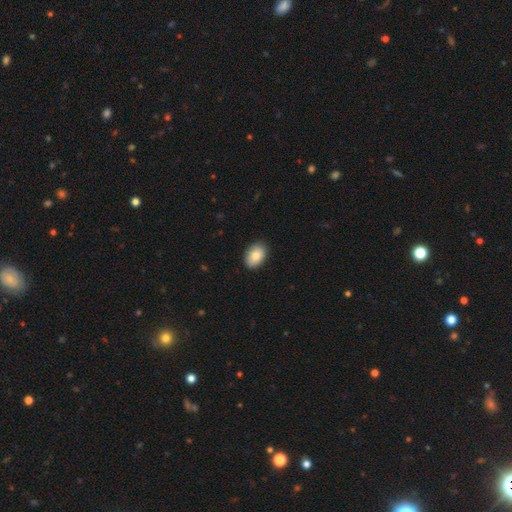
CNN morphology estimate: type=smooth (85%); roundness=in between (87%); merging=none (88%).